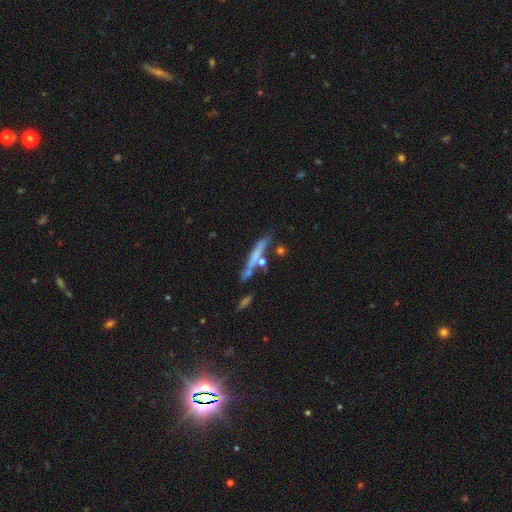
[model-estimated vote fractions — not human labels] Morphology: type=smooth (53%); roundness=cigar-shaped (90%); merging=none (61%).